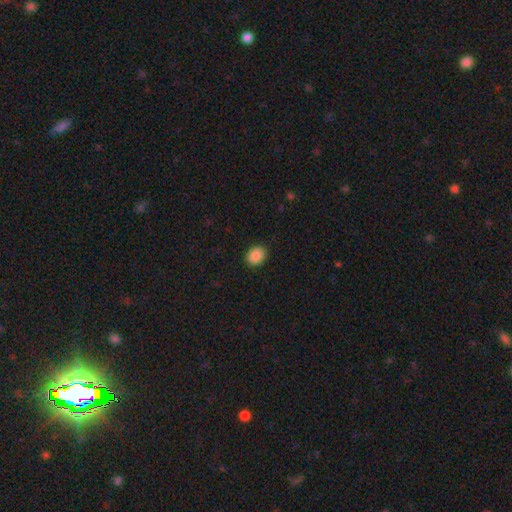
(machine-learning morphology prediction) smooth-or-featured: smooth: 88% | star or artifact: 9% | featured or disk: 3%
  how-rounded: round: 51% | in between: 48% | cigar-shaped: 1%
  merging: none: 90% | minor disturbance: 7% | major disturbance: 2% | merger: 1%